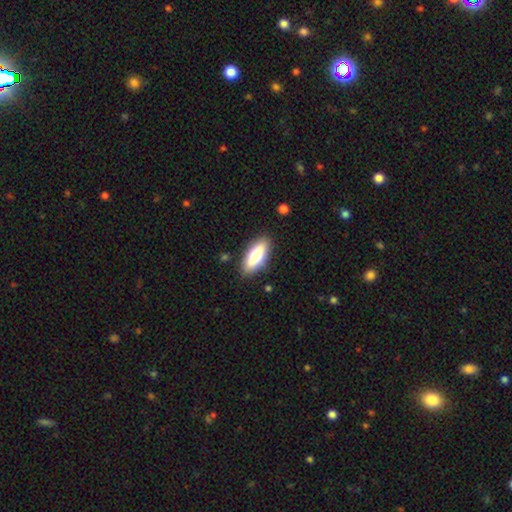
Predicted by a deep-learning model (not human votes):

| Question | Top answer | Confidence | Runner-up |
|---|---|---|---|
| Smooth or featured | smooth | 76% | featured or disk (19%) |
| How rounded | in between | 68% | cigar-shaped (30%) |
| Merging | none | 86% | minor disturbance (10%) |